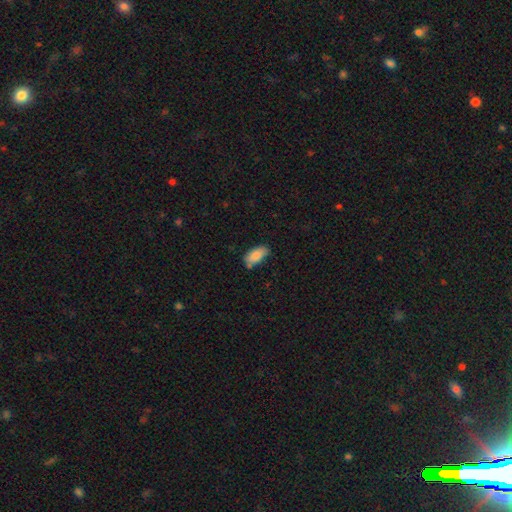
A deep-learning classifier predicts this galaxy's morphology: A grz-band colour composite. It shows a smooth galaxy with no disk features (85%) that is in between round and cigar-shaped (92%). Merging: none (67%).